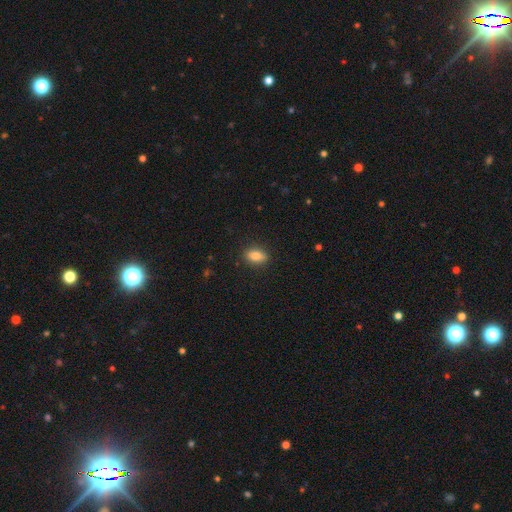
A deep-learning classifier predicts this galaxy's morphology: type=smooth (85%); roundness=in between (85%); merging=none (86%).